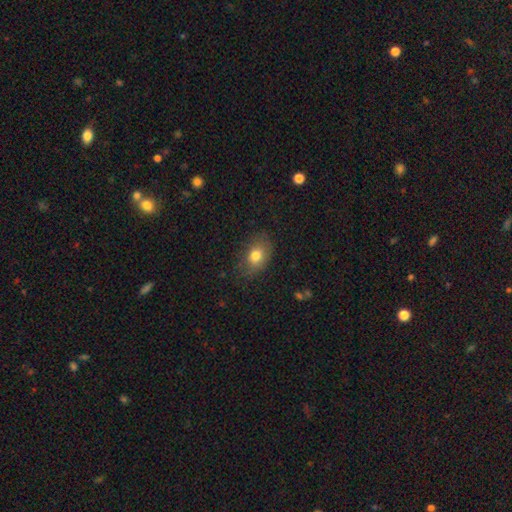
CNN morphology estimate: Smooth or featured: smooth — 78% (featured or disk — 12%)
How rounded: in between — 74% (round — 25%)
Merging: none — 74% (minor disturbance — 19%)